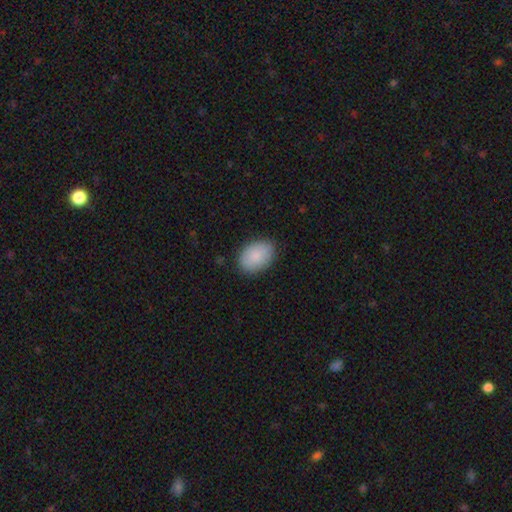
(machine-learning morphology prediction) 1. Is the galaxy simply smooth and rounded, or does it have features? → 86% smooth, 7% featured or disk, 6% star or artifact.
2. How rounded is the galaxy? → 83% in between, 16% round, 1% cigar-shaped.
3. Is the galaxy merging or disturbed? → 85% none, 12% minor disturbance, 2% major disturbance, 1% merger.